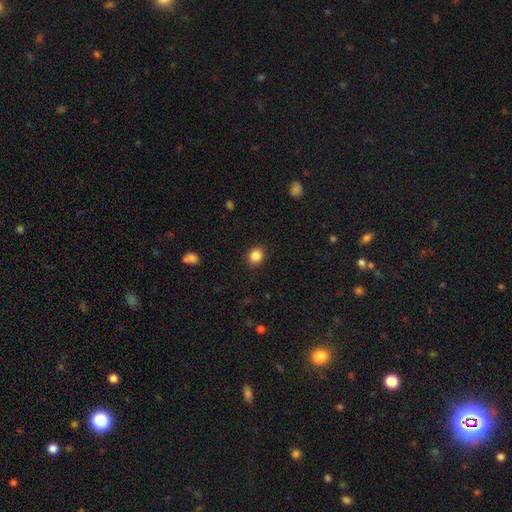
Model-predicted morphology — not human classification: Smooth or featured: smooth — 86% (star or artifact — 10%)
How rounded: round — 77% (in between — 22%)
Merging: none — 91% (minor disturbance — 6%)